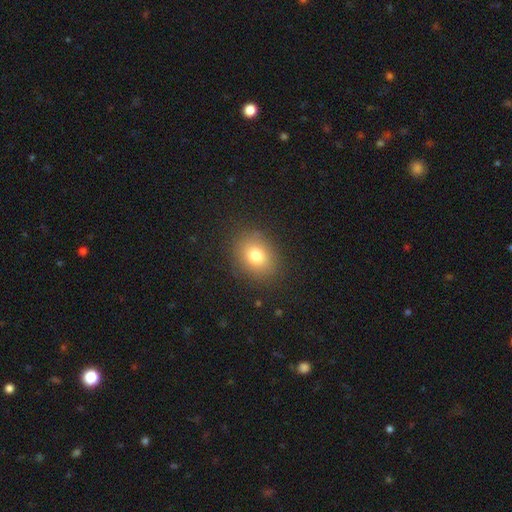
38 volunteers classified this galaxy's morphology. A smooth galaxy with no disk features (71%) that is round (52%). Merging: none (80%).